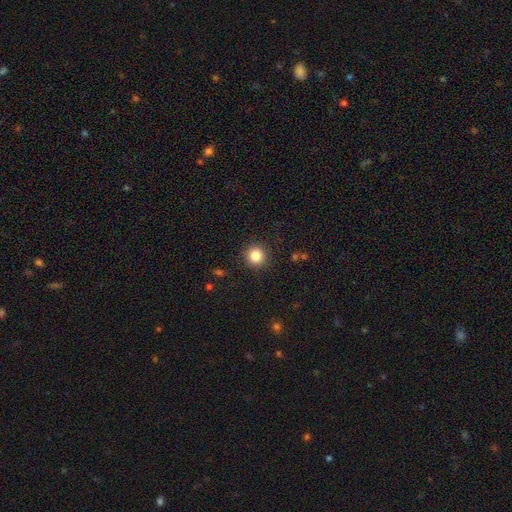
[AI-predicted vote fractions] Smooth or featured?
  - smooth: 84% *
  - star or artifact: 11%
  - featured or disk: 5%
How rounded?
  - round: 94% *
  - in between: 5%
  - cigar-shaped: 1%
Merging?
  - none: 91% *
  - minor disturbance: 6%
  - major disturbance: 2%
  - merger: 1%